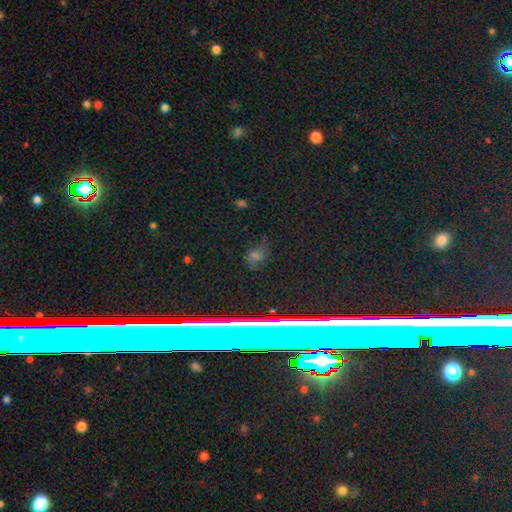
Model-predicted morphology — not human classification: smooth-or-featured: smooth: 42% | star or artifact: 41% | featured or disk: 17%
  merging: none: 81% | minor disturbance: 11% | major disturbance: 5% | merger: 3%